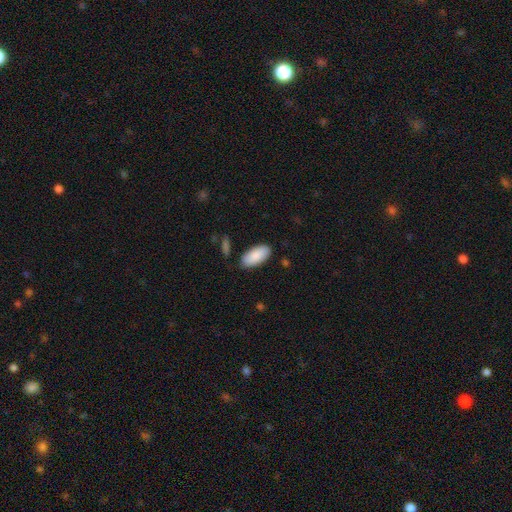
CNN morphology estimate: This appears to be a smooth galaxy with no disk features (88%) that is in between round and cigar-shaped (93%). Merging: none (82%).